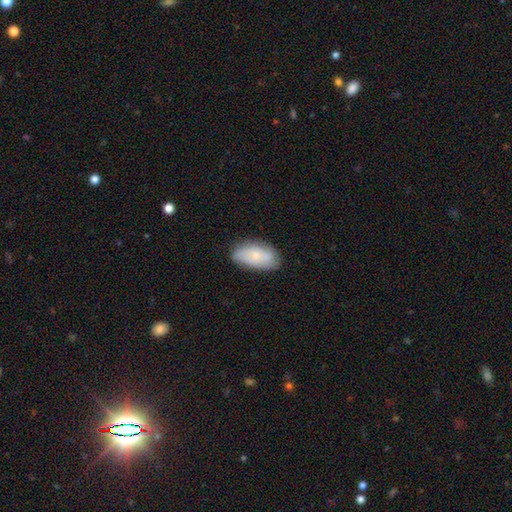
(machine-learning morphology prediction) A smooth galaxy with no disk features (59%) that is in between round and cigar-shaped (92%).

Vote fractions:
- Smooth or featured? smooth: 59% / featured or disk: 33% / star or artifact: 7%
- How rounded? in between: 92% / cigar-shaped: 4% / round: 4%
- Merging? none: 72% / minor disturbance: 22% / major disturbance: 5% / merger: 2%